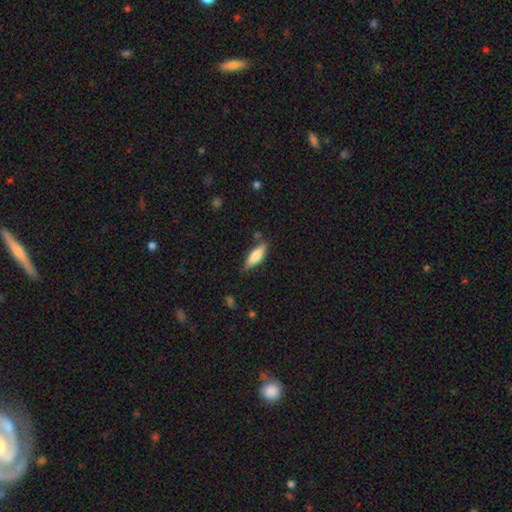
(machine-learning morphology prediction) Smooth or featured?
  - smooth: 76% *
  - featured or disk: 17%
  - star or artifact: 6%
How rounded?
  - in between: 61% *
  - cigar-shaped: 37%
  - round: 2%
Merging?
  - none: 72% *
  - minor disturbance: 21%
  - major disturbance: 4%
  - merger: 3%